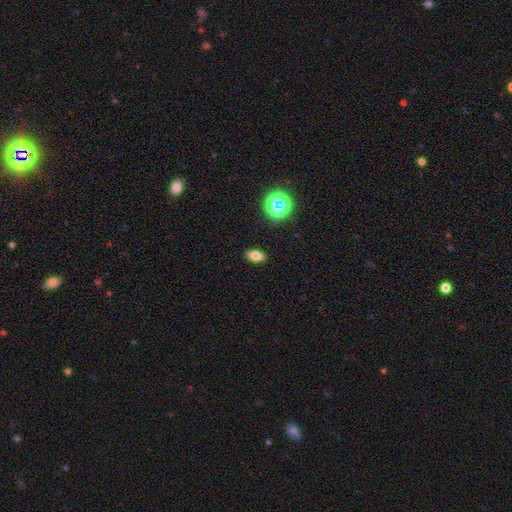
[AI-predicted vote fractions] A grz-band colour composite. It shows a smooth galaxy with no disk features (75%) that is in between round and cigar-shaped (86%). Merging: none (89%).